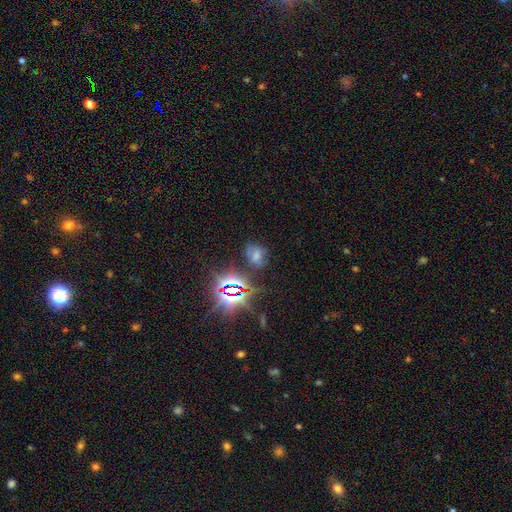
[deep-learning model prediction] This is marginally a star or artifact rather than a galaxy (42%).